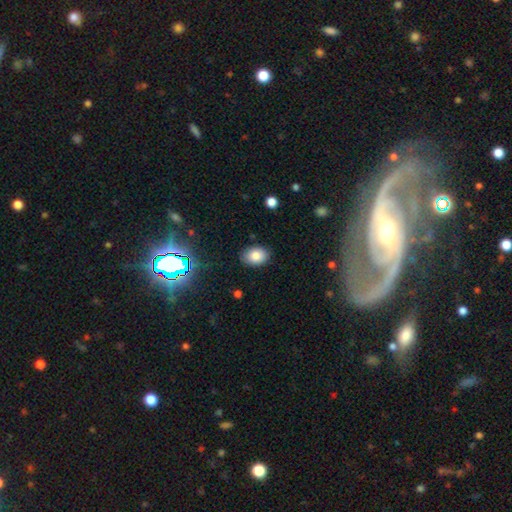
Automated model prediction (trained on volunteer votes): A smooth galaxy with no disk features (82%) that is in between round and cigar-shaped (79%). Merging: none (86%).